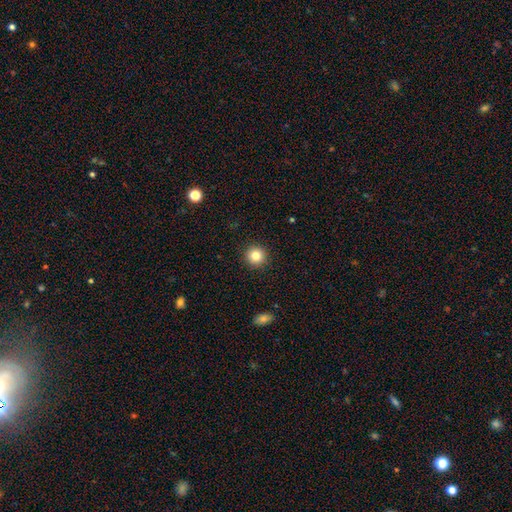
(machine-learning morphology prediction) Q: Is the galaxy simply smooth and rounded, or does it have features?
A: smooth — 83%.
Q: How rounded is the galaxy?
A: round — 94%.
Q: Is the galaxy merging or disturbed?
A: none — 92%.